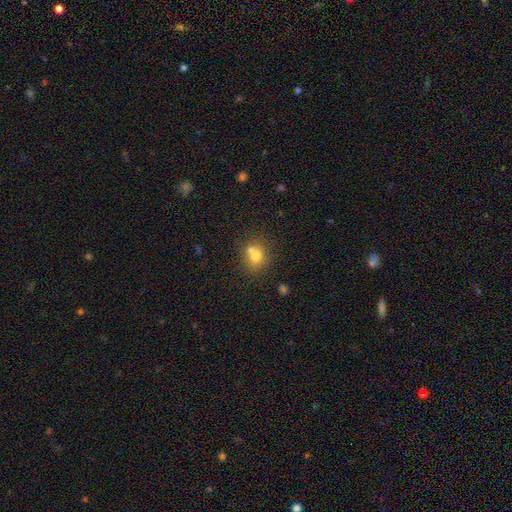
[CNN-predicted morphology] This appears to be a smooth galaxy with no disk features (72%) that is round (71%). Merging: none (49%).